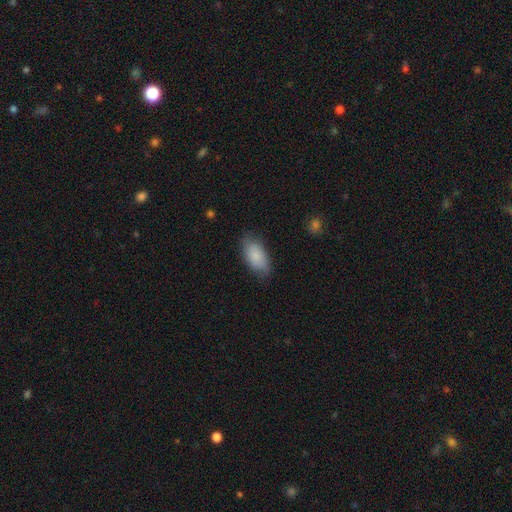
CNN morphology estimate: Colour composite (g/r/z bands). It shows a smooth galaxy with no disk features (85%) that is in between round and cigar-shaped (93%). Merging: none (78%).